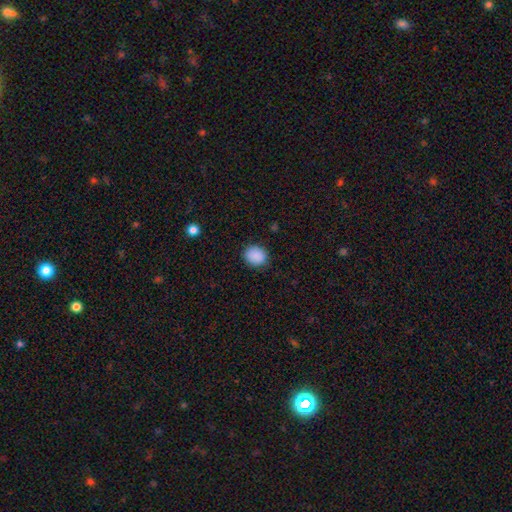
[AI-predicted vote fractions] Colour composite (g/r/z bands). It shows a smooth galaxy with no disk features (89%) that is round (65%). Merging: none (86%).